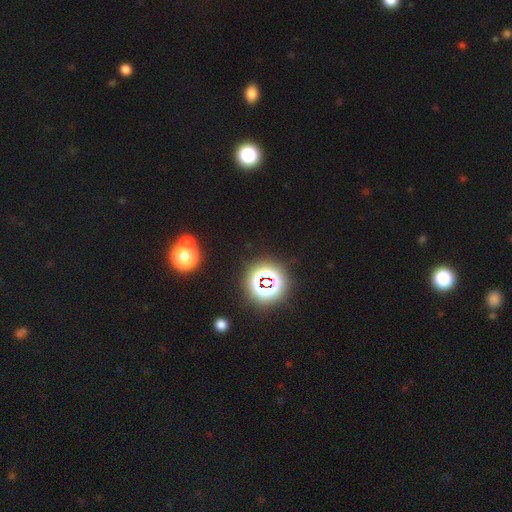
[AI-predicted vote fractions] star or artifact 80%, smooth 14%, featured or disk 6%.